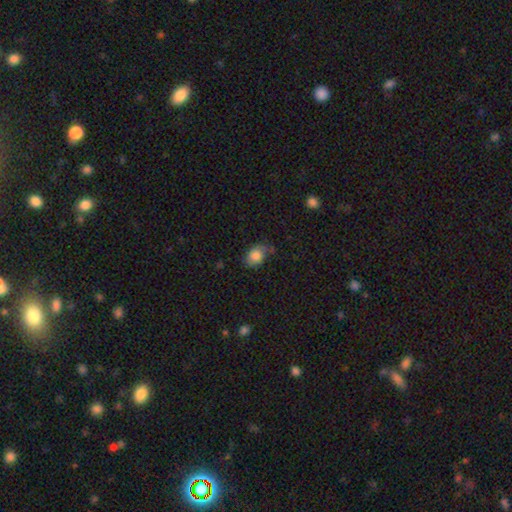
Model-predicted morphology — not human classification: Smooth or featured?
  - smooth: 81% *
  - featured or disk: 10%
  - star or artifact: 9%
How rounded?
  - in between: 61% *
  - round: 38%
  - cigar-shaped: 1%
Merging?
  - none: 55% *
  - minor disturbance: 32%
  - major disturbance: 10%
  - merger: 3%